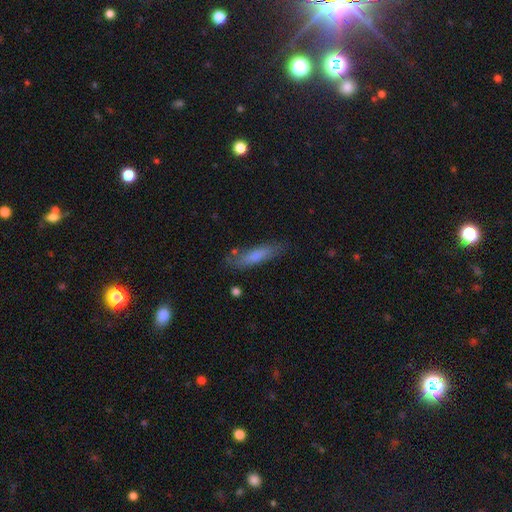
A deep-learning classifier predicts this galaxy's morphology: Smooth or featured? Predicted: smooth (p=0.69). How rounded? Predicted: cigar-shaped (p=0.76). Merging? Predicted: none (p=0.78).